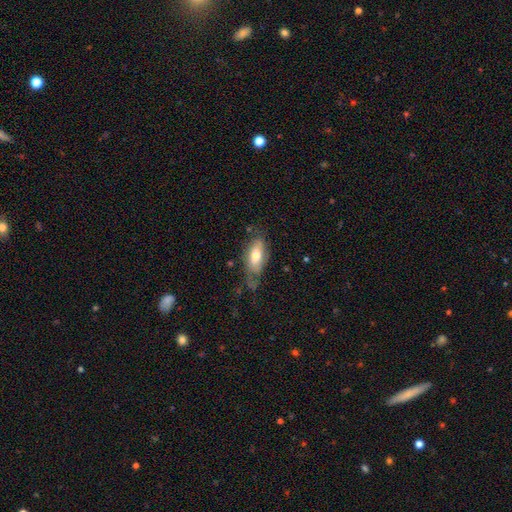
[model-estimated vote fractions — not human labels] This is likely a smooth galaxy (63%). How rounded: clearly in between (82%). Merging: possibly none (49%).